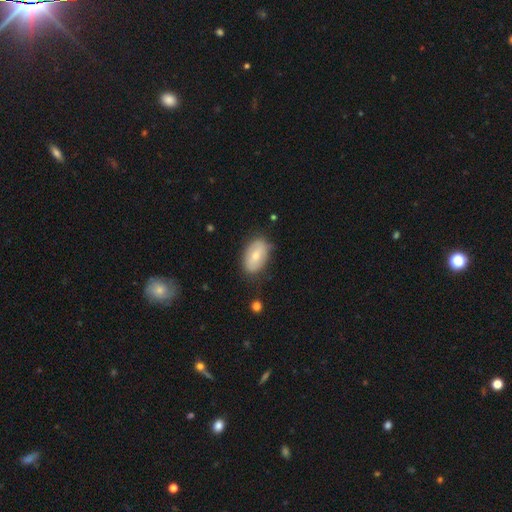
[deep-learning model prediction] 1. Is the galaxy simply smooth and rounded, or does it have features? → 65% smooth, 29% featured or disk, 6% star or artifact.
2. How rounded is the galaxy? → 92% in between, 7% round, 2% cigar-shaped.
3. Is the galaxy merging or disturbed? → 74% none, 19% minor disturbance, 5% major disturbance, 2% merger.